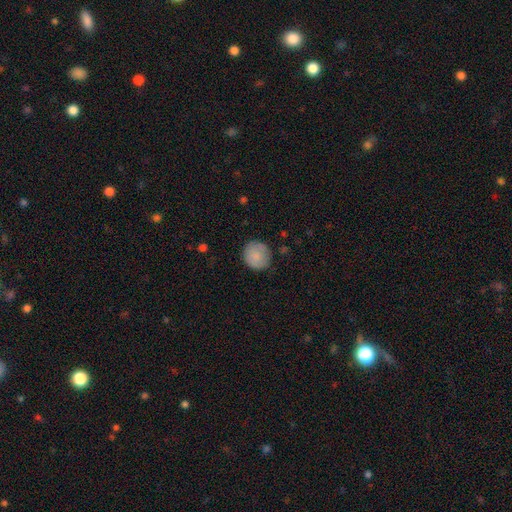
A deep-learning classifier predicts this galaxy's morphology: The model was most divided on "merging": none: 84%, minor disturbance: 13%, major disturbance: 3%, merger: 1%. More confident: how rounded — round (89%); smooth or featured — smooth (84%).